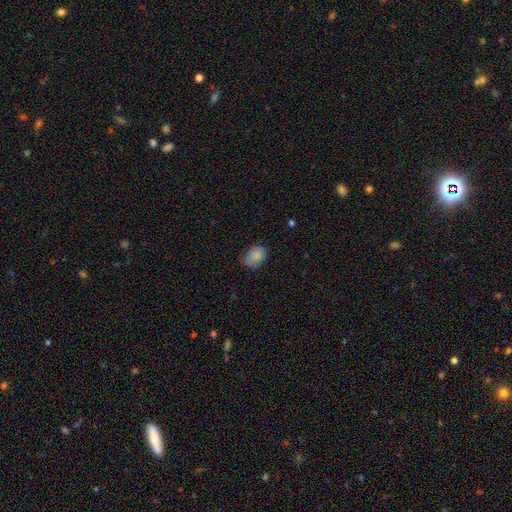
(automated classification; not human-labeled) smooth_or_featured: smooth (p=0.84) [alt: star or artifact p=0.08]
how_rounded: in between (p=0.66) [alt: round p=0.33]
merging: none (p=0.53) [alt: minor disturbance p=0.37]